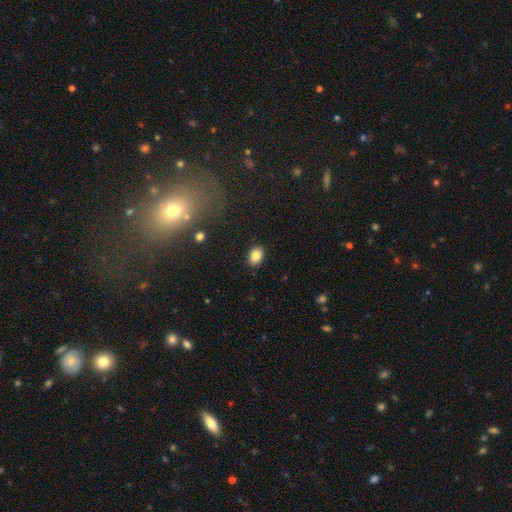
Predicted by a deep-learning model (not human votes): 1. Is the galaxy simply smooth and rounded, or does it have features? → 84% smooth, 9% star or artifact, 7% featured or disk.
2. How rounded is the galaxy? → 74% in between, 25% round, 1% cigar-shaped.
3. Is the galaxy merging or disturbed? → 88% none, 9% minor disturbance, 2% major disturbance, 1% merger.